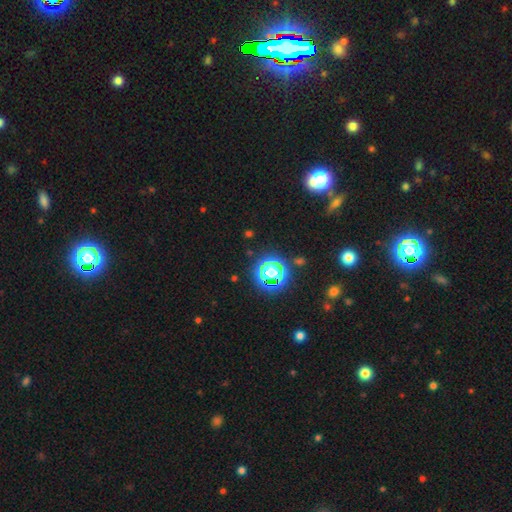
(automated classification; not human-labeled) Smooth or featured: star or artifact — 76% (smooth — 17%)